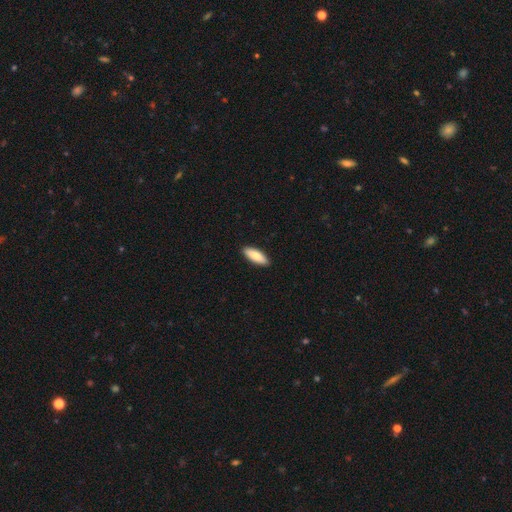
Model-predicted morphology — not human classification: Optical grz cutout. It shows a smooth galaxy with no disk features (85%) that is in between round and cigar-shaped (65%). Merging: none (90%).